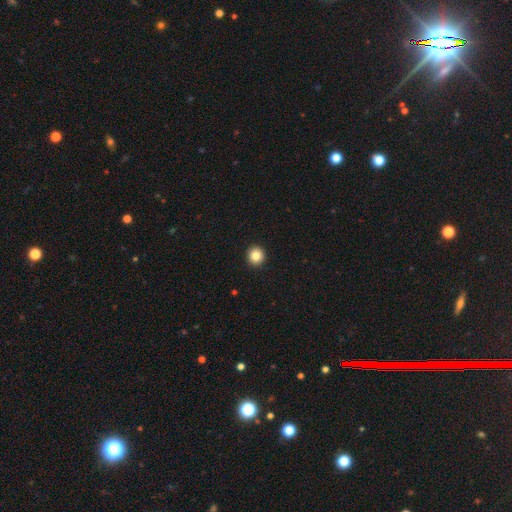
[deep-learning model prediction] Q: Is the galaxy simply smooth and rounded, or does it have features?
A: smooth — 84%.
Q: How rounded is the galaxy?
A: round — 94%.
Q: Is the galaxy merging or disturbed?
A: none — 94%.